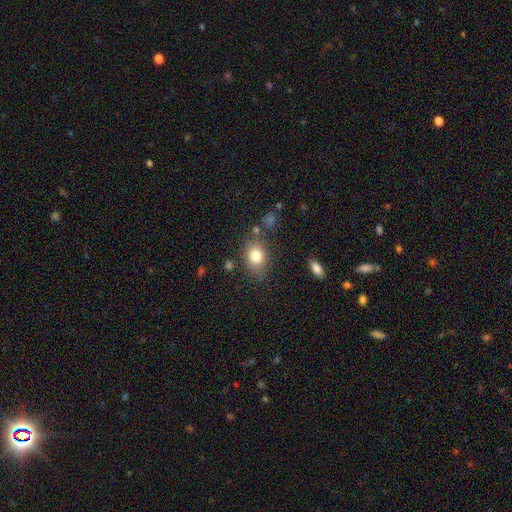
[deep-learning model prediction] A smooth galaxy with no disk features (80%) that is in between round and cigar-shaped (61%). Merging: none (76%).